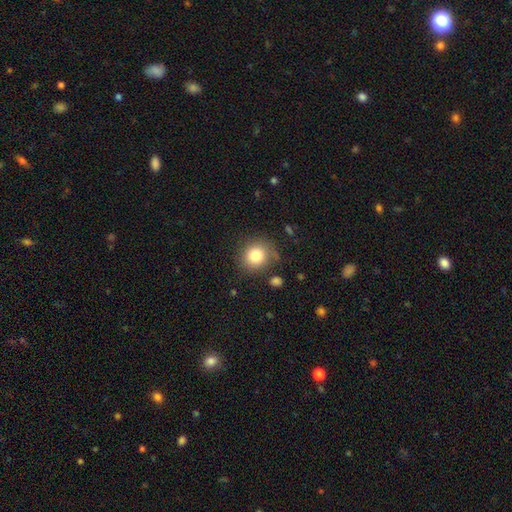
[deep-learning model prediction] This appears to be a smooth galaxy with no disk features (81%) that is round (85%). Merging: none (79%).